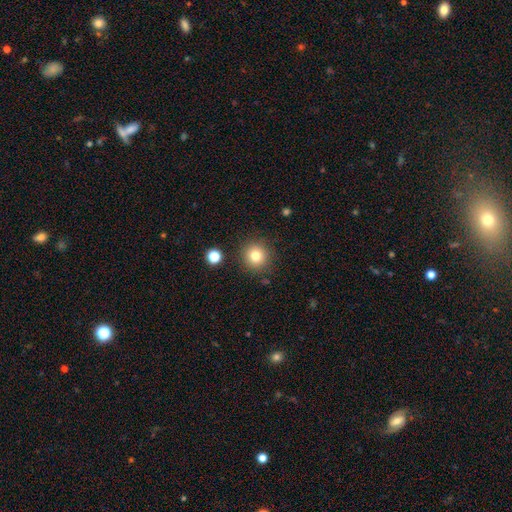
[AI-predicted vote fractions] smooth-or-featured: smooth: 79% | star or artifact: 13% | featured or disk: 8%
  how-rounded: round: 95% | in between: 5% | cigar-shaped: 1%
  merging: none: 88% | minor disturbance: 7% | merger: 3% | major disturbance: 3%